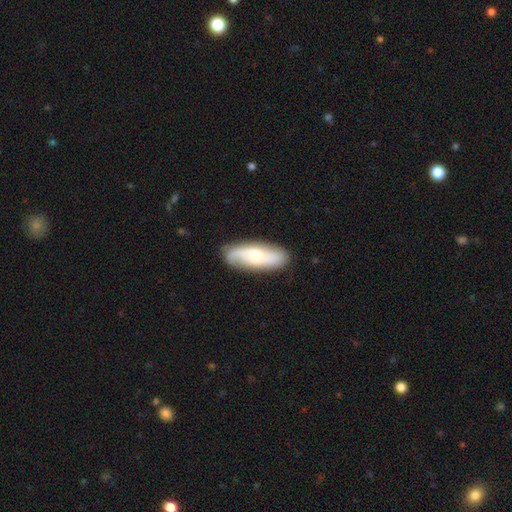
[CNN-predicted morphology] Smooth or featured: featured or disk — 54% (smooth — 40%)
Edge-on disk: no — 85% (yes — 15%)
Merging: none — 82% (minor disturbance — 13%)